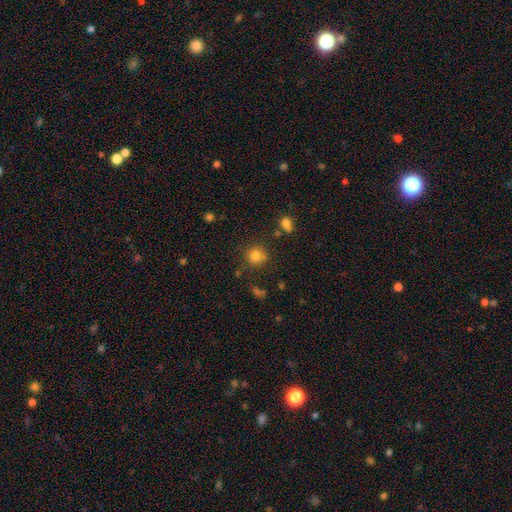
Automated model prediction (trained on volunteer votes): A smooth galaxy with no disk features (81%) that is round (88%).

Vote fractions:
- Smooth or featured? smooth: 81% / star or artifact: 13% / featured or disk: 6%
- How rounded? round: 88% / in between: 11% / cigar-shaped: 1%
- Merging? none: 79% / minor disturbance: 12% / merger: 6% / major disturbance: 4%